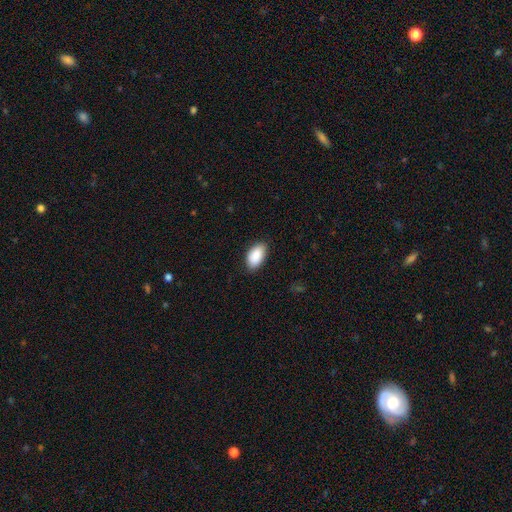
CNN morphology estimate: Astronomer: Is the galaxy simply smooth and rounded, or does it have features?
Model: smooth — 90%.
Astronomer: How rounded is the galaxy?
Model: in between — 95%.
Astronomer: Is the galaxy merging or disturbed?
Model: none — 84%.